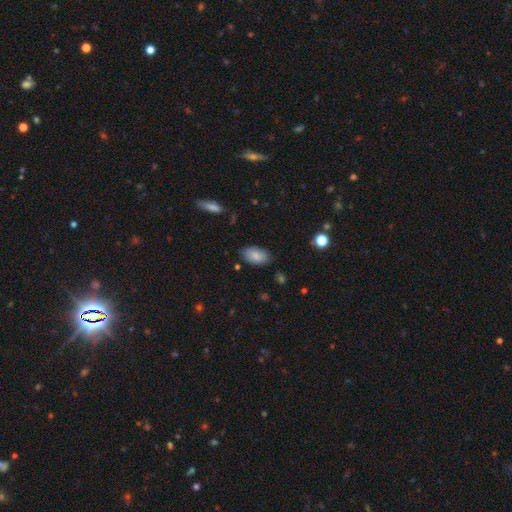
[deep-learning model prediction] smooth_or_featured: smooth (p=0.85) [alt: featured or disk p=0.07]
how_rounded: in between (p=0.94) [alt: round p=0.04]
merging: none (p=0.82) [alt: minor disturbance p=0.14]